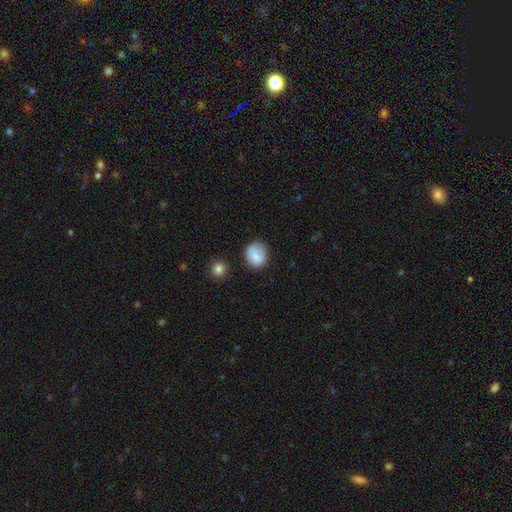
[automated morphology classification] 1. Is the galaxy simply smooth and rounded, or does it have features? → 79% smooth, 13% featured or disk, 8% star or artifact.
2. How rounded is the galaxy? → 71% round, 28% in between, 1% cigar-shaped.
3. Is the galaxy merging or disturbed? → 75% none, 18% minor disturbance, 5% major disturbance, 3% merger.